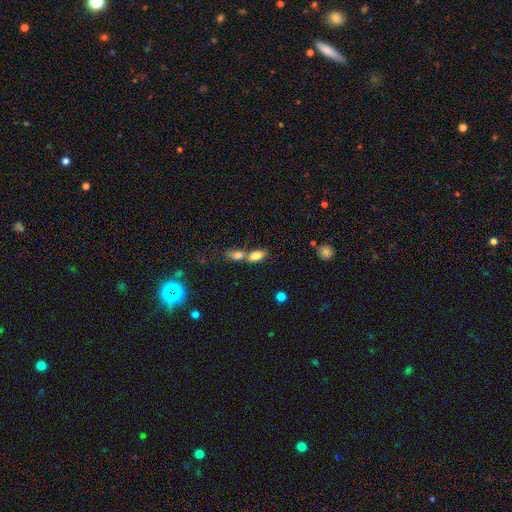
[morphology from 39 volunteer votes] smooth 90%, featured or disk 5%, star or artifact 5%. Down the decision tree: how rounded — in between (91%); merging — merger (51%).